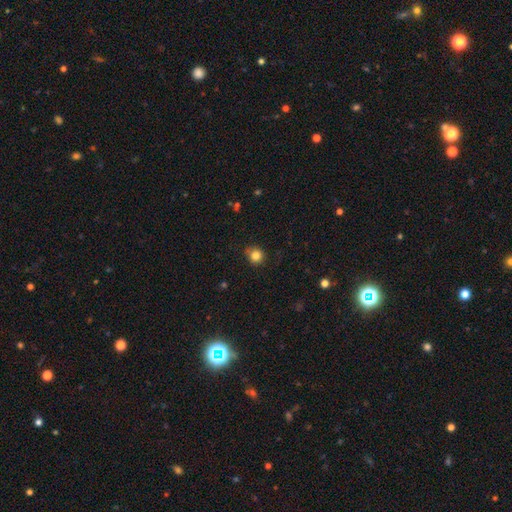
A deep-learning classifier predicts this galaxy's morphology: A smooth galaxy with no disk features (82%) that is round (88%).

Vote fractions:
- Smooth or featured? smooth: 82% / star or artifact: 12% / featured or disk: 6%
- How rounded? round: 88% / in between: 11% / cigar-shaped: 1%
- Merging? none: 78% / minor disturbance: 16% / major disturbance: 3% / merger: 2%